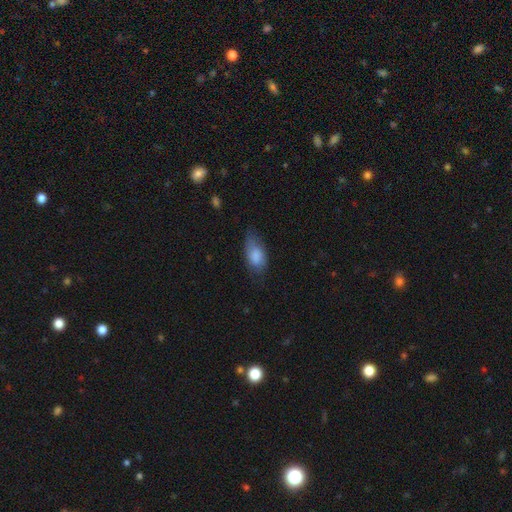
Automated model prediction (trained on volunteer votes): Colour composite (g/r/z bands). It shows a smooth galaxy with no disk features (79%) that is in between round and cigar-shaped (90%). Merging: none (51%).